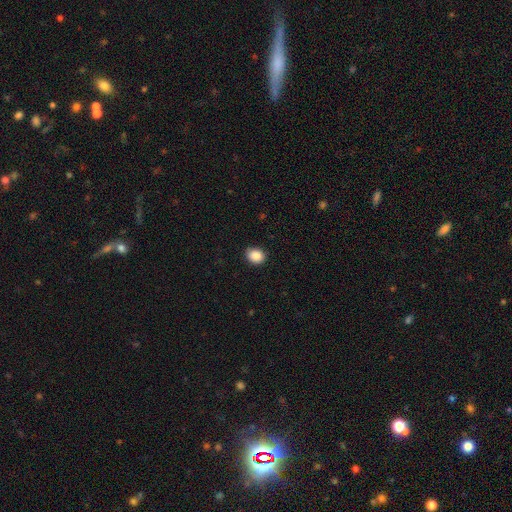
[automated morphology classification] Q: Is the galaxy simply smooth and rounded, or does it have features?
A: smooth — 89%.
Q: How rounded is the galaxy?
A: in between — 50%.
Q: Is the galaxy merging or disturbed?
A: none — 86%.